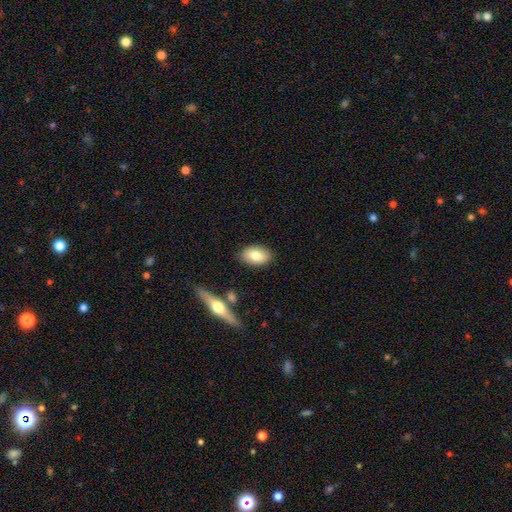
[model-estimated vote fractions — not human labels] Smooth or featured?
  - smooth: 78% *
  - featured or disk: 16%
  - star or artifact: 6%
How rounded?
  - in between: 91% *
  - round: 7%
  - cigar-shaped: 2%
Merging?
  - none: 85% *
  - minor disturbance: 10%
  - merger: 3%
  - major disturbance: 2%